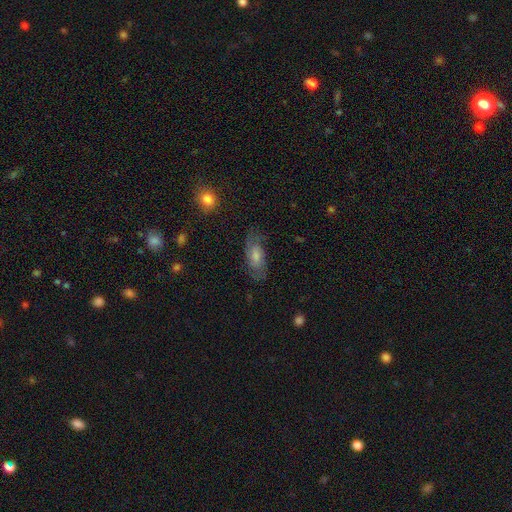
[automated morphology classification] This is possibly a featured or disk galaxy (51%). It is clearly not viewed edge-on (91%). Merging: likely none (69%).